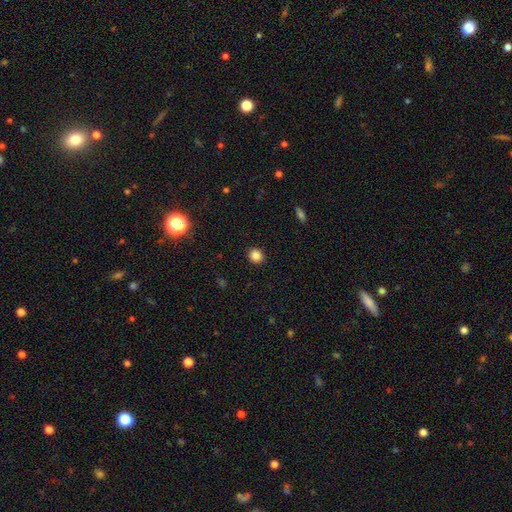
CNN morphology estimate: Smooth or featured? Predicted: smooth (p=0.85). How rounded? Predicted: round (p=0.82). Merging? Predicted: none (p=0.92).